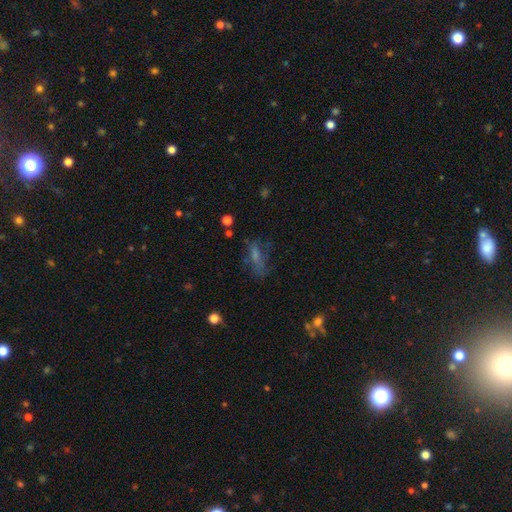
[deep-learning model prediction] A smooth galaxy with no disk features (58%) that is in between round and cigar-shaped (66%).

Vote fractions:
- Smooth or featured? smooth: 58% / featured or disk: 27% / star or artifact: 15%
- How rounded? in between: 66% / cigar-shaped: 28% / round: 5%
- Merging? none: 43% / major disturbance: 29% / minor disturbance: 23% / merger: 4%